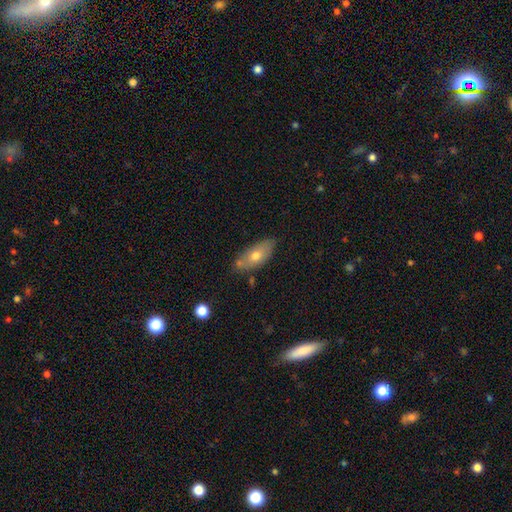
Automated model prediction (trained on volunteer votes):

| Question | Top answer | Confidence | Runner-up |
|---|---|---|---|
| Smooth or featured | smooth | 66% | featured or disk (27%) |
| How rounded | in between | 84% | cigar-shaped (12%) |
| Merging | none | 66% | minor disturbance (21%) |